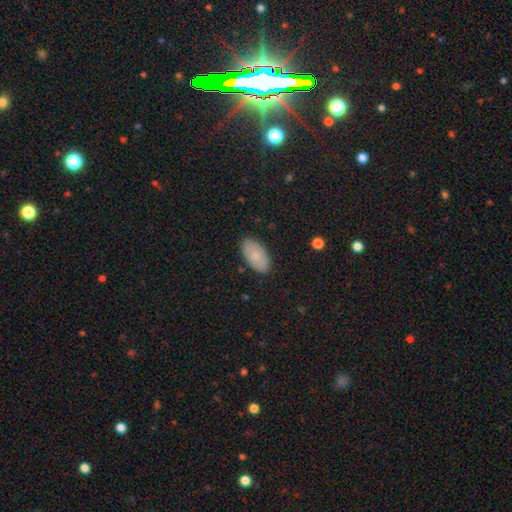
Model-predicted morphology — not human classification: Smooth or featured: smooth — 77% (featured or disk — 16%)
How rounded: in between — 94% (round — 4%)
Merging: none — 86% (minor disturbance — 10%)